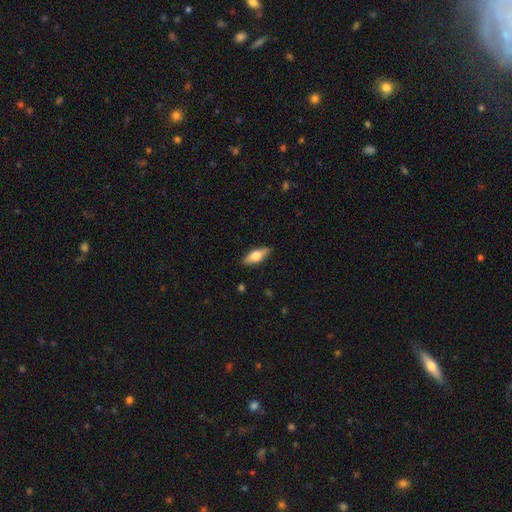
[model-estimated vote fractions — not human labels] Morphology: type=smooth (55%); roundness=in between (67%); merging=none (87%).